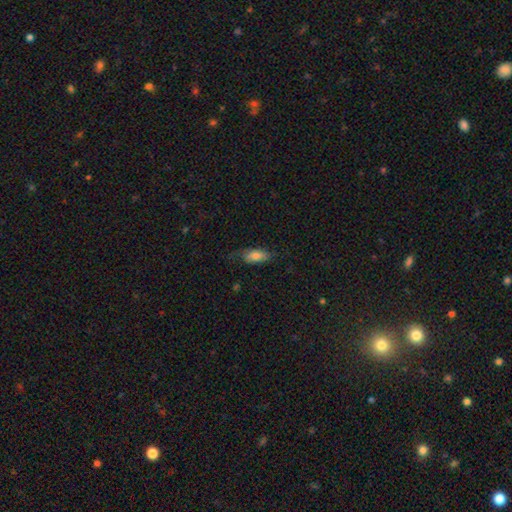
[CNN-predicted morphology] Smooth or featured: smooth — 74% (featured or disk — 19%)
How rounded: in between — 83% (cigar-shaped — 14%)
Merging: none — 63% (minor disturbance — 26%)